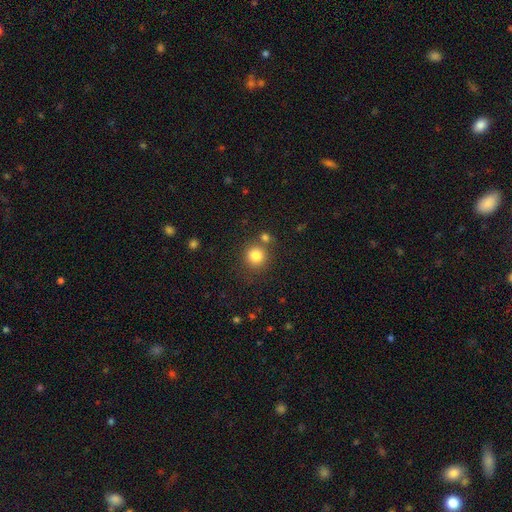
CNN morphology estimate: smooth_or_featured: smooth (p=0.83) [alt: star or artifact p=0.11]
how_rounded: round (p=0.90) [alt: in between p=0.09]
merging: none (p=0.74) [alt: merger p=0.14]